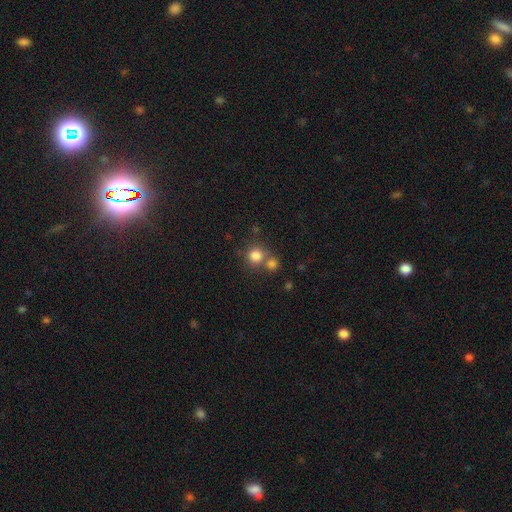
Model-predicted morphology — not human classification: This appears to be a smooth galaxy with no disk features (80%) that is round (91%). Merging: none (57%).